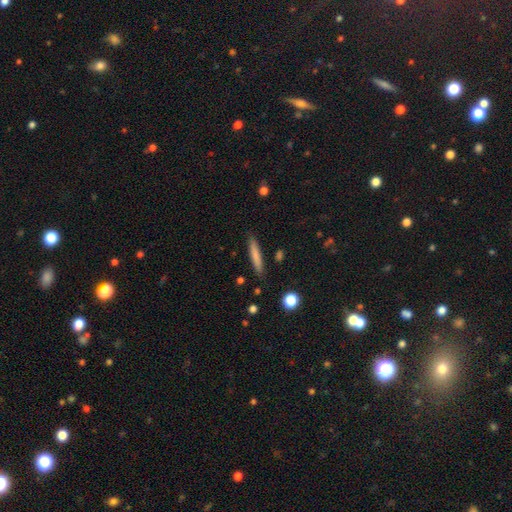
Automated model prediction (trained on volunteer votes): Q: Smooth or featured?
A: smooth (78%); runner-up: featured or disk (16%)
Q: How rounded?
A: cigar-shaped (92%); runner-up: in between (6%)
Q: Merging?
A: none (88%); runner-up: minor disturbance (8%)